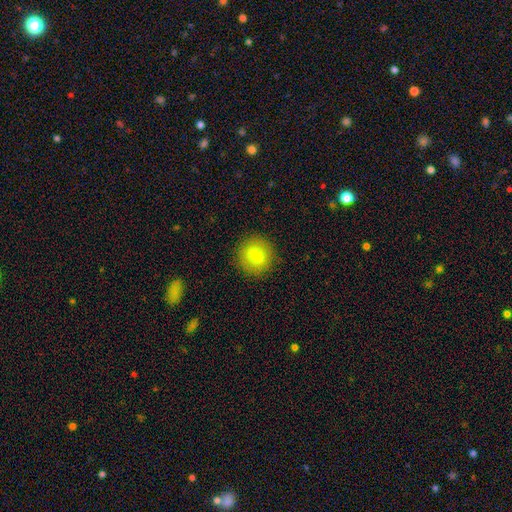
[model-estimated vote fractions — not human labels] Q: Smooth or featured?
A: smooth (76%); runner-up: featured or disk (14%)
Q: How rounded?
A: round (92%); runner-up: in between (7%)
Q: Merging?
A: none (90%); runner-up: minor disturbance (6%)